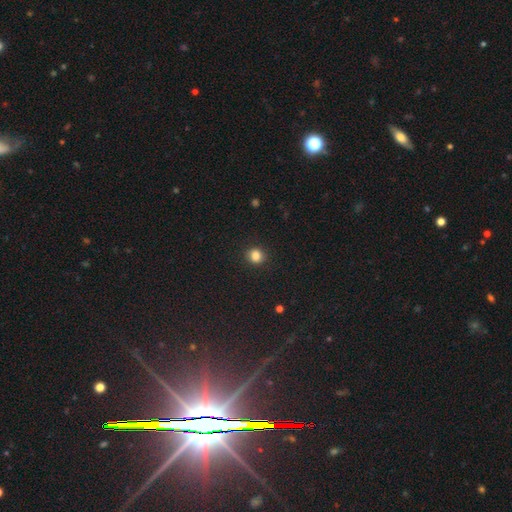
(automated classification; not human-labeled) Morphology: type=smooth (84%); roundness=round (84%); merging=none (90%).